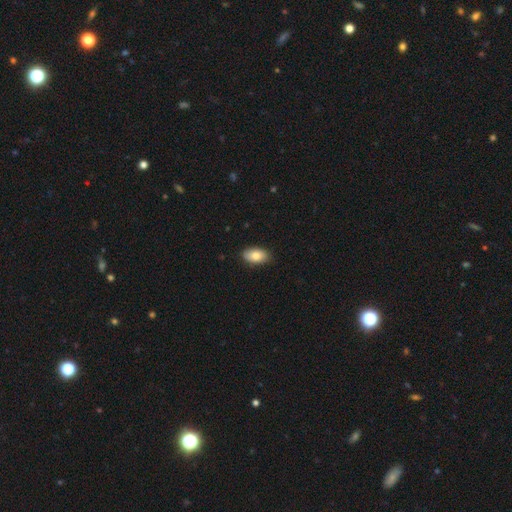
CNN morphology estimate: Smooth or featured? smooth (81%)
How rounded? in between (93%)
Merging? none (88%)